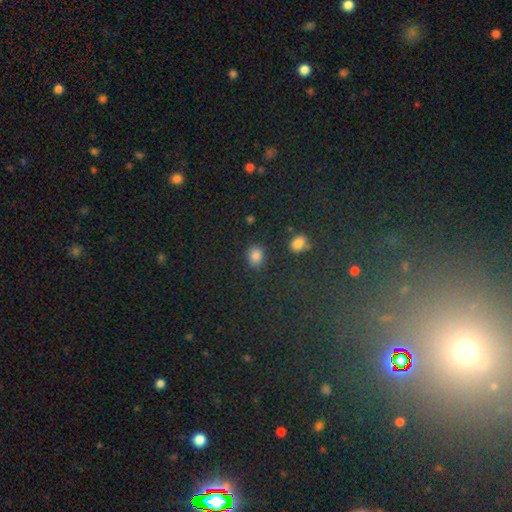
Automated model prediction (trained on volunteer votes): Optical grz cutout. It shows a smooth galaxy with no disk features (82%) that is round (59%). Merging: none (81%).